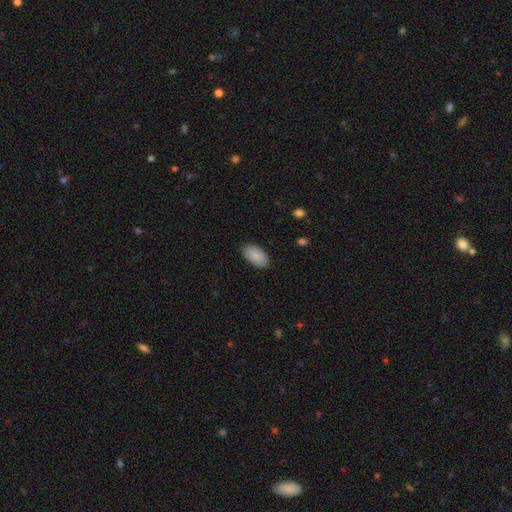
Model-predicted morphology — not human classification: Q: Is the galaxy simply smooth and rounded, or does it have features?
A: smooth — 89%.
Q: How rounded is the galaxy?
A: in between — 95%.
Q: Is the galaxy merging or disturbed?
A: none — 87%.